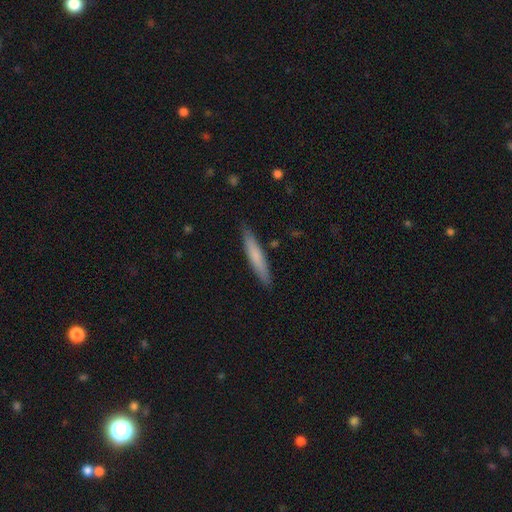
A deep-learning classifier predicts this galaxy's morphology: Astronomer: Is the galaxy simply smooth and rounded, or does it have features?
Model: smooth — 72%.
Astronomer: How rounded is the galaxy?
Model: cigar-shaped — 93%.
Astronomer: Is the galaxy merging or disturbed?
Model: none — 88%.